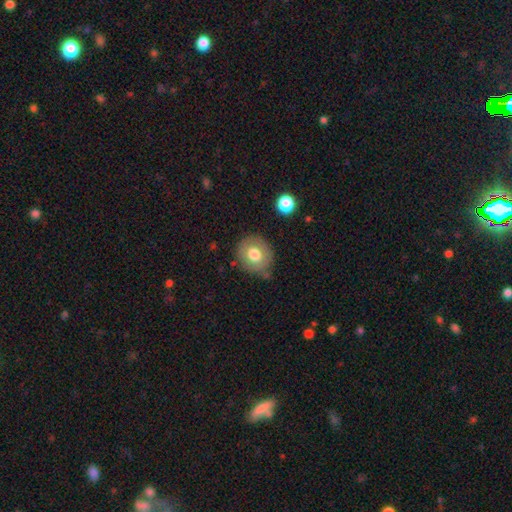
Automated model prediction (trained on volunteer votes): smooth 58%, featured or disk 27%, star or artifact 15%. Down the decision tree: how rounded — round (83%); merging — none (82%).